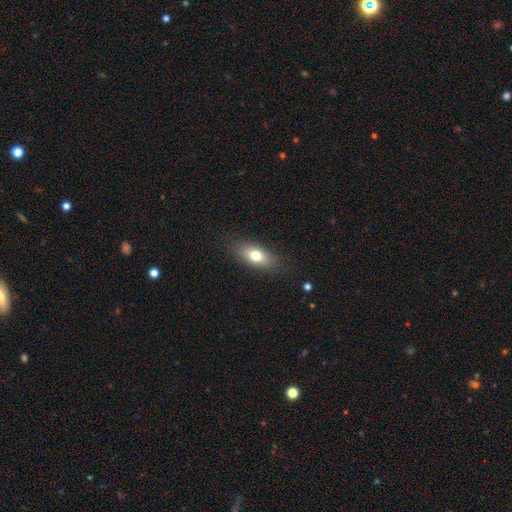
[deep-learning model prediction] A smooth galaxy with no disk features (73%) that is in between round and cigar-shaped (81%). Merging: none (84%).